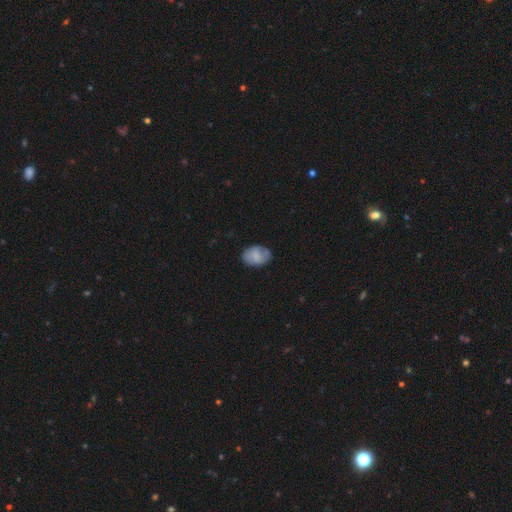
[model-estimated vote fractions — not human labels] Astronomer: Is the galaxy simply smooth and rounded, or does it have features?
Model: smooth — 73%.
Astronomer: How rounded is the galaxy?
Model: in between — 82%.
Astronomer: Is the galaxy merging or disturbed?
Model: none — 73%.